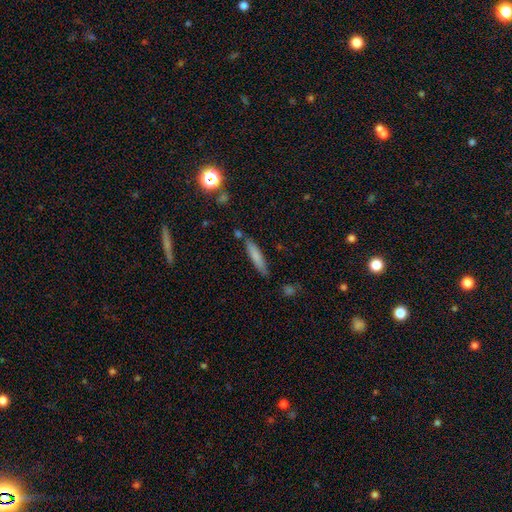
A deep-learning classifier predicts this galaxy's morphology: A smooth galaxy with no disk features (75%) that is cigar-shaped (87%).

Vote fractions:
- Smooth or featured? smooth: 75% / featured or disk: 18% / star or artifact: 7%
- How rounded? cigar-shaped: 87% / in between: 11% / round: 1%
- Merging? none: 77% / minor disturbance: 14% / merger: 5% / major disturbance: 3%